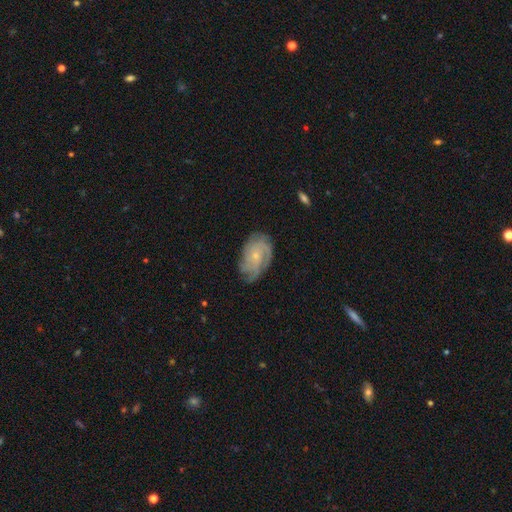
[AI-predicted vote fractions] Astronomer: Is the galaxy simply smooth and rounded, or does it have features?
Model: featured or disk — 77%.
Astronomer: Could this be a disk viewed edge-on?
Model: no — 96%.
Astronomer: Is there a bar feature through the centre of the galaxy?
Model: no — 77%.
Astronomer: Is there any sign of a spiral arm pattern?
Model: yes — 94%.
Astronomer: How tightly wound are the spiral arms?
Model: tight — 61%.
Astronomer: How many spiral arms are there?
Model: can't tell — 32% (runner-up: 3, 23%).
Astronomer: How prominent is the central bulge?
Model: small — 71%.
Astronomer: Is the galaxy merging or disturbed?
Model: none — 72%.